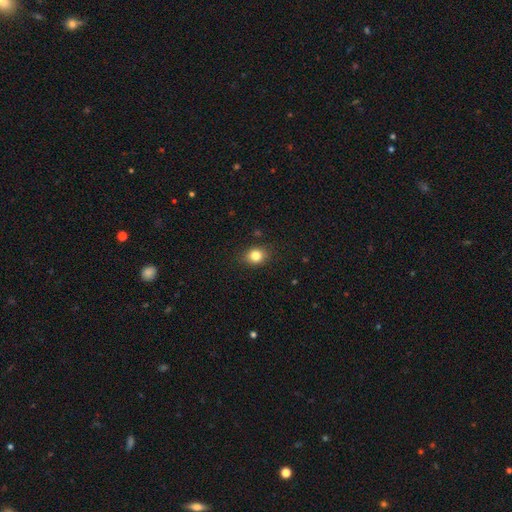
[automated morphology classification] This is clearly a smooth galaxy (82%). How rounded: possibly round (60%). Merging: clearly none (86%).